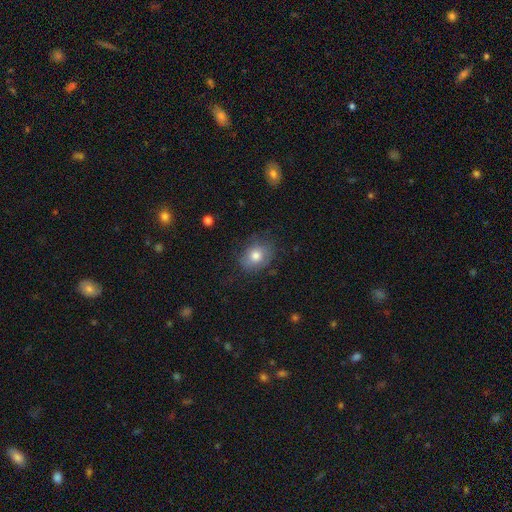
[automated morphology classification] smooth 77%, featured or disk 14%, star or artifact 9%. Down the decision tree: how rounded — in between (51%); merging — none (71%).